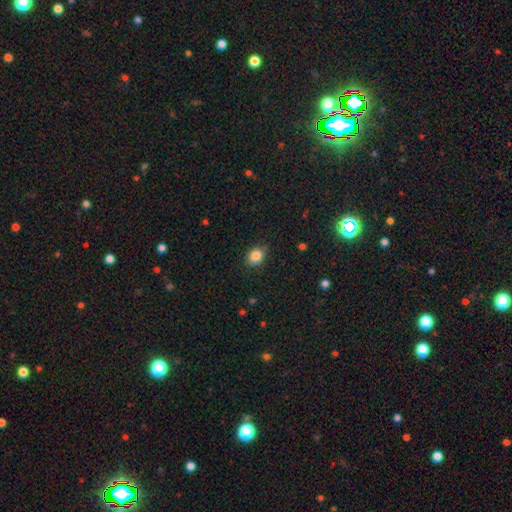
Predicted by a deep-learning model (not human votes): This is clearly a smooth galaxy (85%). How rounded: likely in between (63%). Merging: clearly none (84%).